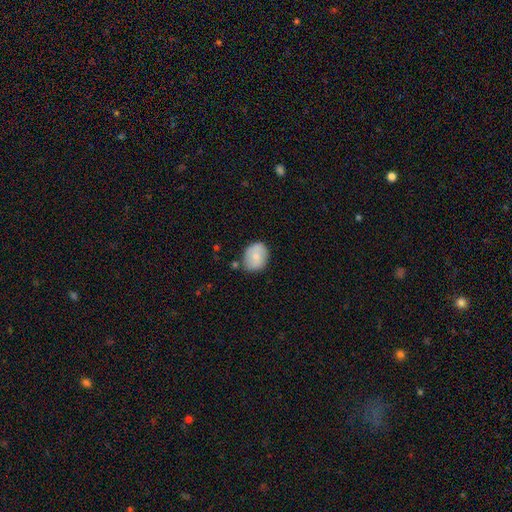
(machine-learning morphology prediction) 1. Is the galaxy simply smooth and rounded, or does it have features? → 68% smooth, 25% featured or disk, 7% star or artifact.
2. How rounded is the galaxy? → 50% round, 49% in between, 1% cigar-shaped.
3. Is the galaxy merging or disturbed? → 72% none, 19% minor disturbance, 5% merger, 4% major disturbance.